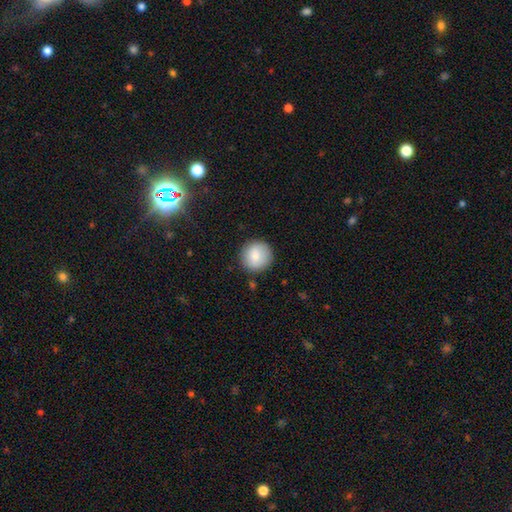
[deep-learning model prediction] smooth_or_featured: smooth (p=0.84) [alt: featured or disk p=0.09]
how_rounded: round (p=0.94) [alt: in between p=0.05]
merging: none (p=0.88) [alt: minor disturbance p=0.08]